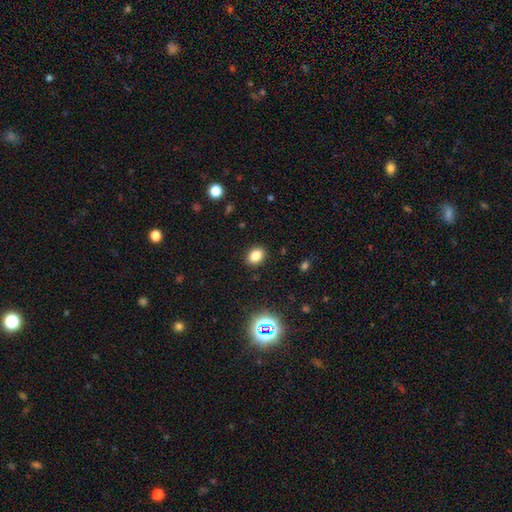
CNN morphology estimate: This appears to be a smooth galaxy with no disk features (81%) that is in between round and cigar-shaped (63%). Merging: none (89%).